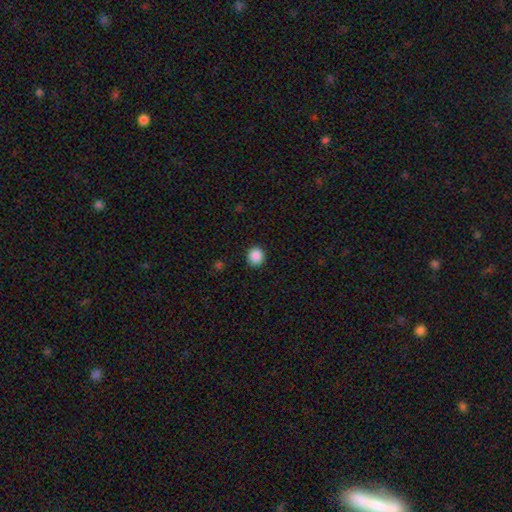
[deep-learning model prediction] Smooth or featured? Predicted: smooth (p=0.88). How rounded? Predicted: round (p=0.90). Merging? Predicted: none (p=0.92).